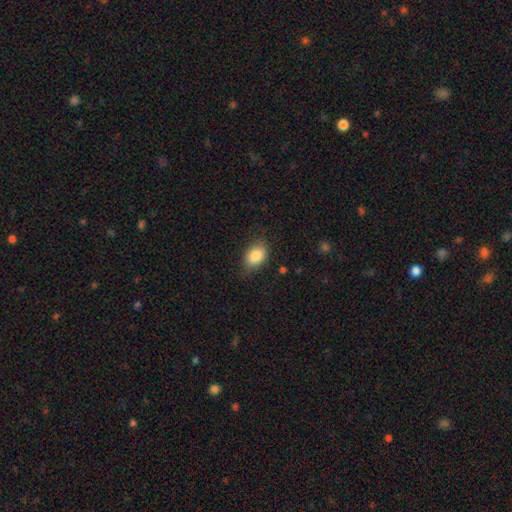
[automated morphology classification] smooth 86%, star or artifact 7%, featured or disk 6%. Down the decision tree: how rounded — in between (82%); merging — none (75%).